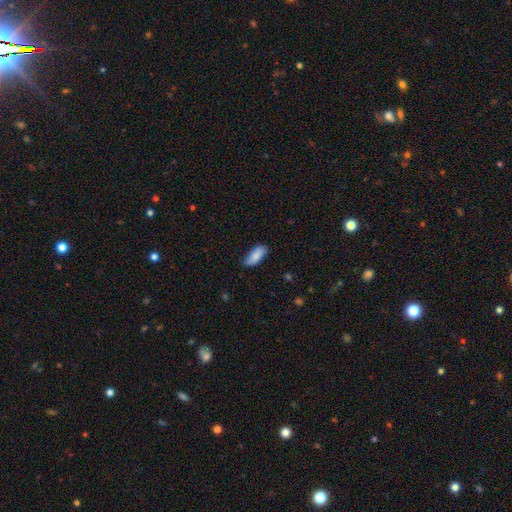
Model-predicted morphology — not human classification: Smooth or featured: smooth — 85% (featured or disk — 9%)
How rounded: in between — 82% (cigar-shaped — 16%)
Merging: none — 77% (minor disturbance — 19%)